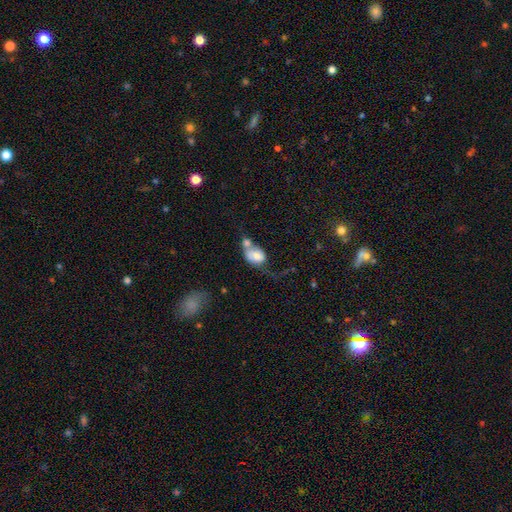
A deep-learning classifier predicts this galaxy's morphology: Smooth or featured? smooth (69%)
How rounded? in between (63%)
Merging? merger (55%)